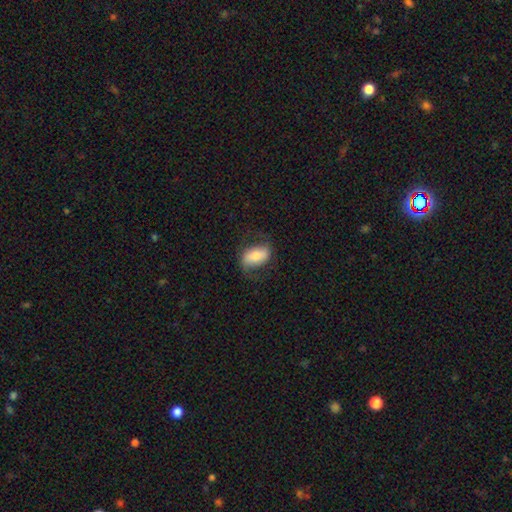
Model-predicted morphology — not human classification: A smooth galaxy with no disk features (56%) that is in between round and cigar-shaped (89%). Merging: none (68%).